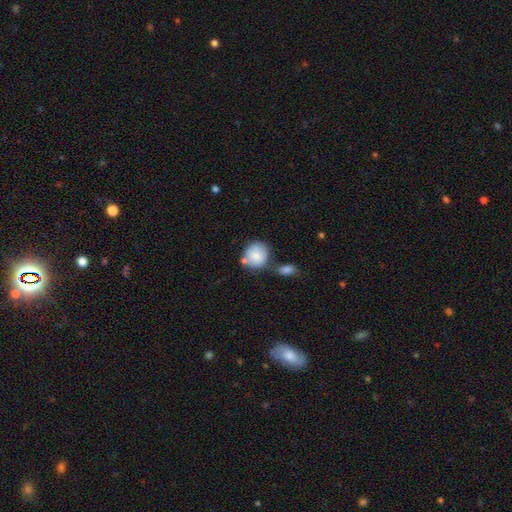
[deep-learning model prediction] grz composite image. It shows a smooth galaxy with no disk features (81%) that is round (83%). Merging: none (50%).